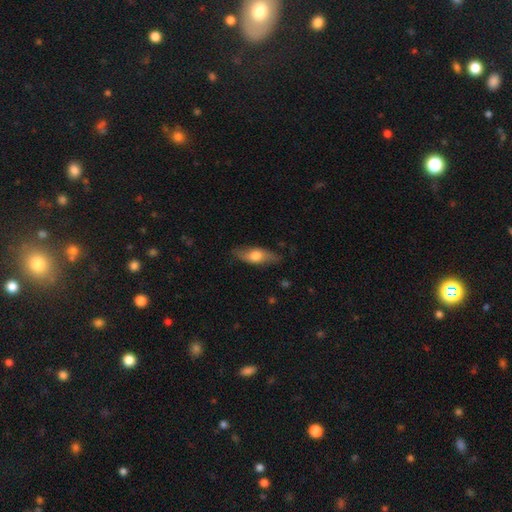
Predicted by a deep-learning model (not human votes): The model was most divided on "smooth or featured": smooth: 58%, featured or disk: 36%, star or artifact: 6%. More confident: merging — none (81%); how rounded — in between (65%).